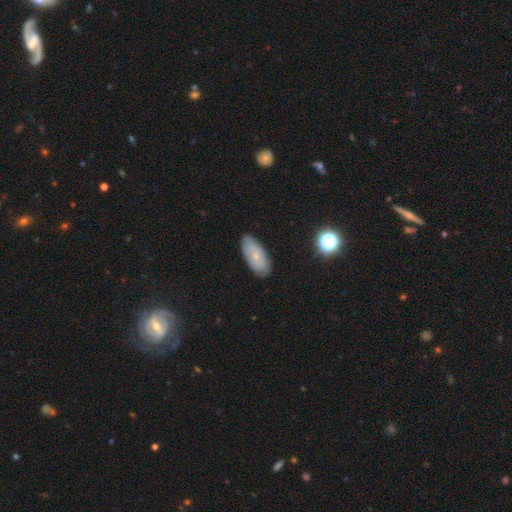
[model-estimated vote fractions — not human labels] A smooth galaxy with no disk features (54%) that is in between round and cigar-shaped (89%). Merging: none (77%).